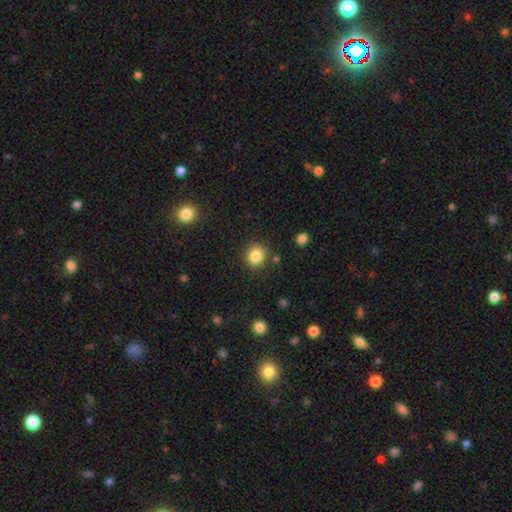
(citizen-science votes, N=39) Smooth or featured? 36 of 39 (92%) said smooth. How rounded? 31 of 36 (86%) said round. Merging? 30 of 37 (81%) said none.